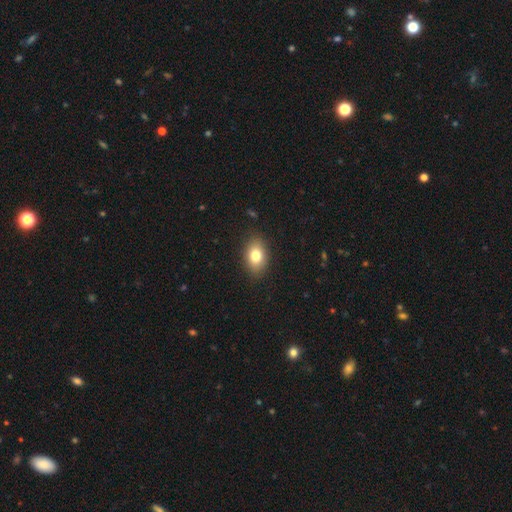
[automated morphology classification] smooth-or-featured: smooth: 79% | featured or disk: 12% | star or artifact: 9%
  how-rounded: in between: 84% | round: 15% | cigar-shaped: 2%
  merging: none: 87% | minor disturbance: 9% | major disturbance: 2% | merger: 1%